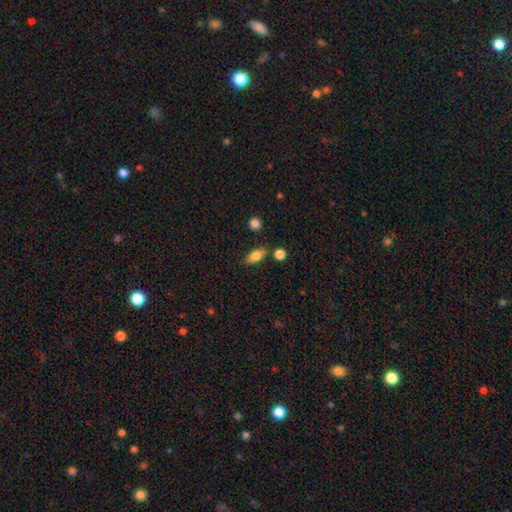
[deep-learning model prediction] This is likely a smooth galaxy (80%). How rounded: likely in between (79%). Merging: likely none (78%).